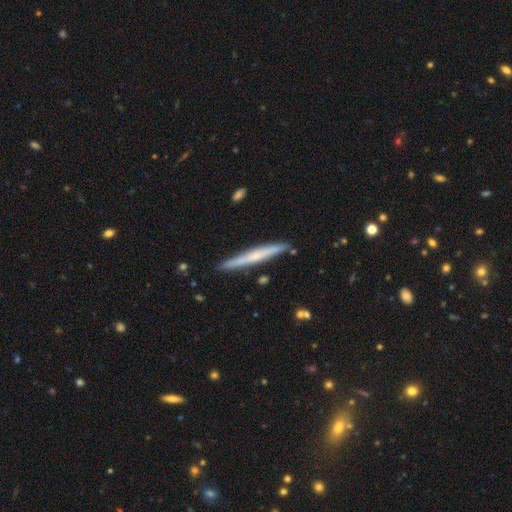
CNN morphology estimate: smooth-or-featured: featured or disk: 52% | smooth: 42% | star or artifact: 6%
  disk-edge-on: yes: 97% | no: 3%
    edge-on-bulge: none: 56% | rounded: 37% | boxy: 6%
  merging: none: 89% | minor disturbance: 8% | merger: 2% | major disturbance: 1%